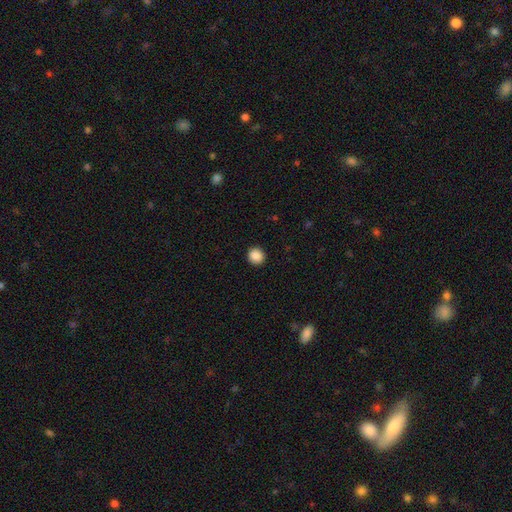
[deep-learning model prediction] Morphology: type=smooth (88%); roundness=round (89%); merging=none (92%).